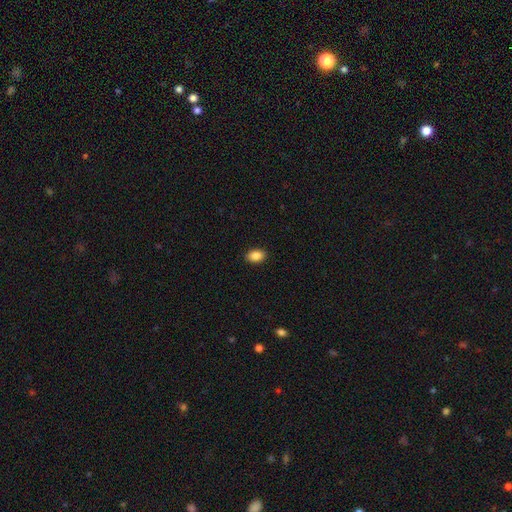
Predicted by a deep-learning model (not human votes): smooth-or-featured: smooth: 88% | star or artifact: 8% | featured or disk: 4%
  how-rounded: in between: 89% | round: 9% | cigar-shaped: 2%
  merging: none: 90% | minor disturbance: 7% | major disturbance: 2% | merger: 1%